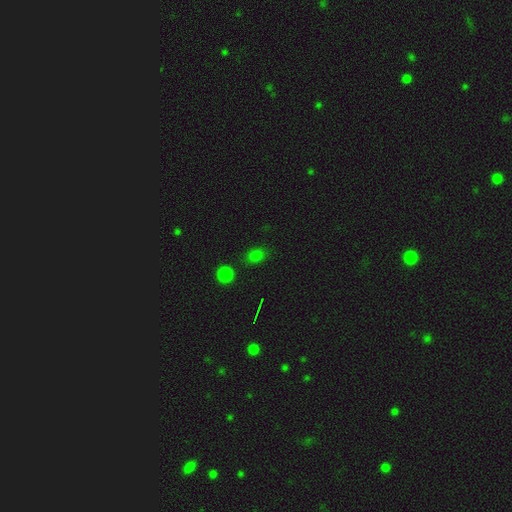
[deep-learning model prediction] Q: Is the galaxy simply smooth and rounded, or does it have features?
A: smooth — 73%.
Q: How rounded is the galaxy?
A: in between — 55%.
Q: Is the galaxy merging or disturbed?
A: none — 82%.